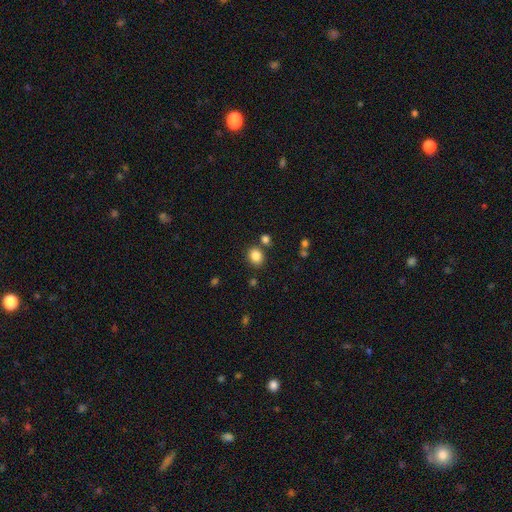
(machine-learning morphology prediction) A smooth galaxy with no disk features (85%) that is round (61%).

Vote fractions:
- Smooth or featured? smooth: 85% / star or artifact: 10% / featured or disk: 5%
- How rounded? round: 61% / in between: 38% / cigar-shaped: 1%
- Merging? none: 77% / minor disturbance: 10% / merger: 10% / major disturbance: 3%